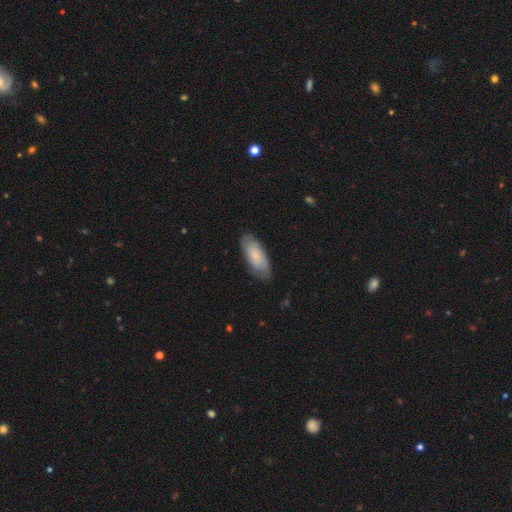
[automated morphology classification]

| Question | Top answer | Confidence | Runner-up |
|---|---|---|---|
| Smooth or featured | smooth | 70% | featured or disk (24%) |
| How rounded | in between | 80% | cigar-shaped (18%) |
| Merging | none | 80% | minor disturbance (16%) |